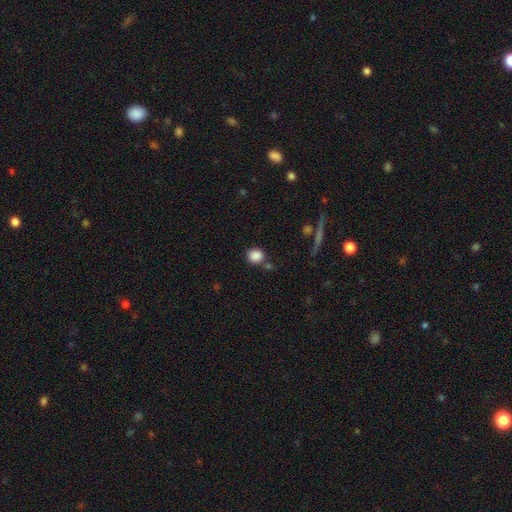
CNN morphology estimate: smooth-or-featured: smooth: 86% | star or artifact: 10% | featured or disk: 4%
  how-rounded: round: 83% | in between: 15% | cigar-shaped: 1%
  merging: none: 74% | minor disturbance: 12% | merger: 10% | major disturbance: 4%